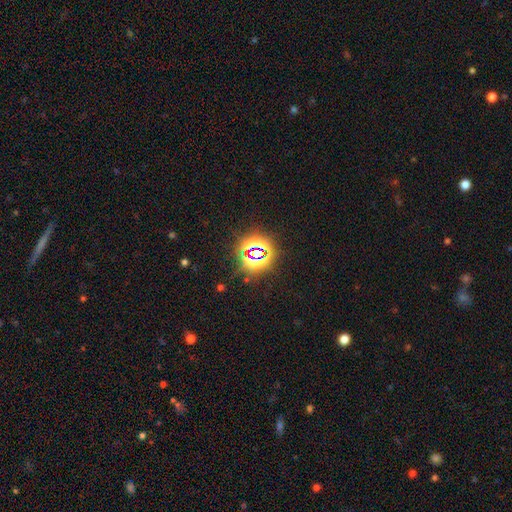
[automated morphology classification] Smooth or featured? Predicted: star or artifact (p=0.77).